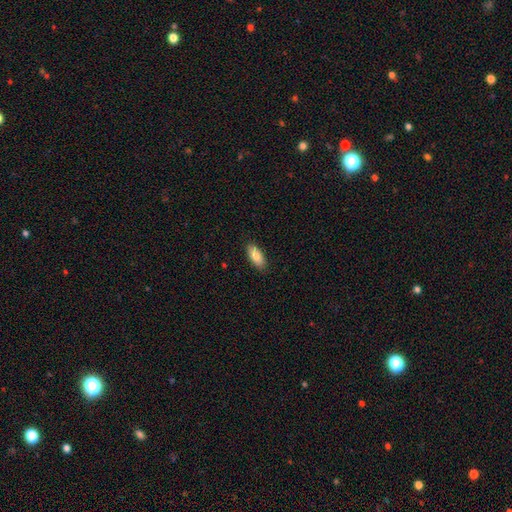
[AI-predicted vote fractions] This is clearly a smooth galaxy (84%). How rounded: clearly in between (83%). Merging: clearly none (87%).